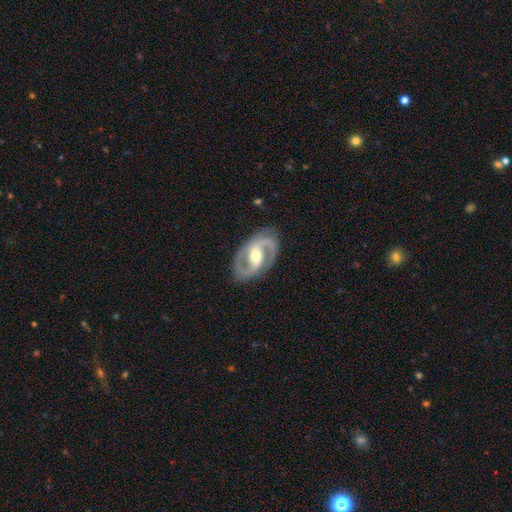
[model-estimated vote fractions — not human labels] A featured or disk galaxy (91%) with a weak bar (42%), 2 (93%) medium (60%) spiral arms (97%) and a moderate central bulge (70%).

Vote fractions:
- Smooth or featured? featured or disk: 91% / smooth: 5% / star or artifact: 4%
- Edge-on disk? no: 97% / yes: 3%
- Bar? weak: 42% / strong: 36% / no: 22%
- Spiral arms? yes: 97% / no: 3%
- Spiral winding? medium: 60% / tight: 23% / loose: 17%
- Spiral arm count? 2: 93% / can't tell: 2% / 1: 1% / 3: 1% / 4: 1% / more than 4: 1%
- Bulge size? moderate: 70% / small: 23% / large: 6% / none: 1% / dominant: 1%
- Merging? none: 84% / minor disturbance: 11% / major disturbance: 3% / merger: 1%